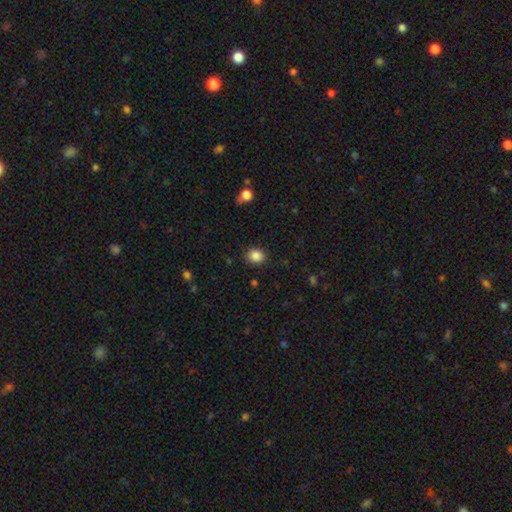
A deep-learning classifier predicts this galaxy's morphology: type=smooth (86%); roundness=round (64%); merging=none (88%).